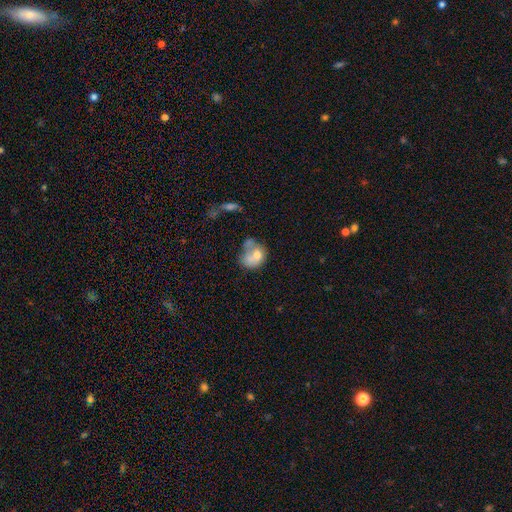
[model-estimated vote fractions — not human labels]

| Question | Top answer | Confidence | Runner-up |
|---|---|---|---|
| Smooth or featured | smooth | 62% | featured or disk (28%) |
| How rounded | in between | 50% | round (49%) |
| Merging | merger | 46% | none (20%) |